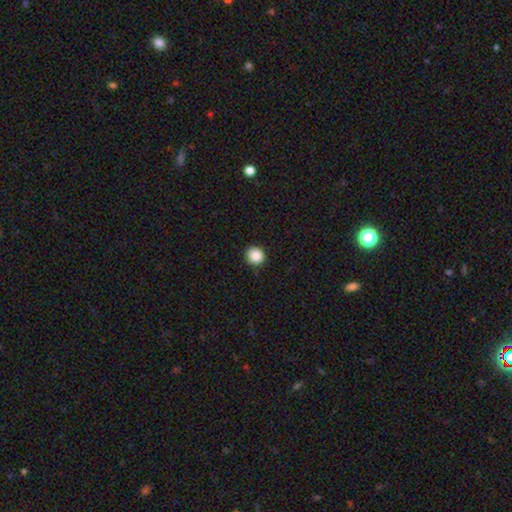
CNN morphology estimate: smooth-or-featured: smooth: 88% | star or artifact: 10% | featured or disk: 3%
  how-rounded: round: 93% | in between: 6% | cigar-shaped: 1%
  merging: none: 89% | minor disturbance: 8% | major disturbance: 2% | merger: 1%